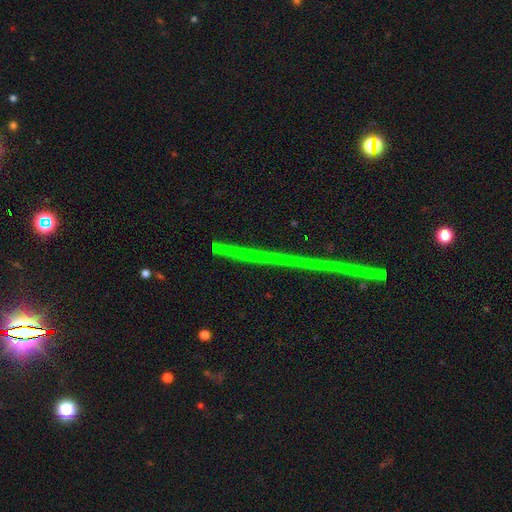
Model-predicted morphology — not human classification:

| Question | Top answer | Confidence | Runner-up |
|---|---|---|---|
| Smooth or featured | star or artifact | 70% | featured or disk (19%) |